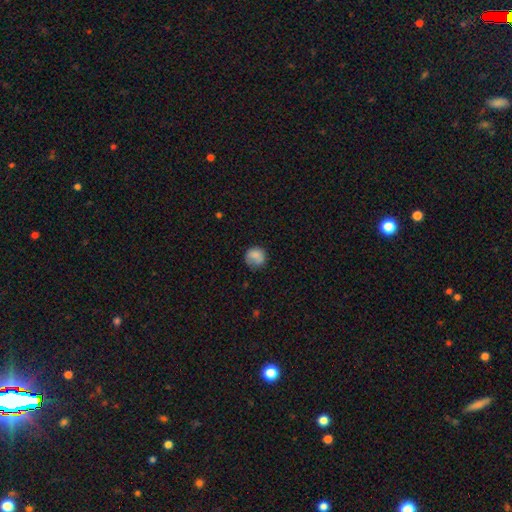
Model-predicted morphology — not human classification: smooth-or-featured: smooth: 81% | featured or disk: 10% | star or artifact: 9%
  how-rounded: round: 83% | in between: 16% | cigar-shaped: 1%
  merging: none: 65% | minor disturbance: 24% | major disturbance: 9% | merger: 3%